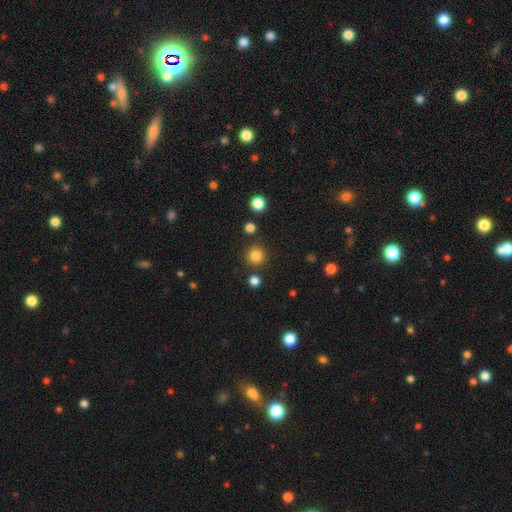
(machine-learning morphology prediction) Overall: smooth (83%). How rounded: round (93%). Merging: none (87%).